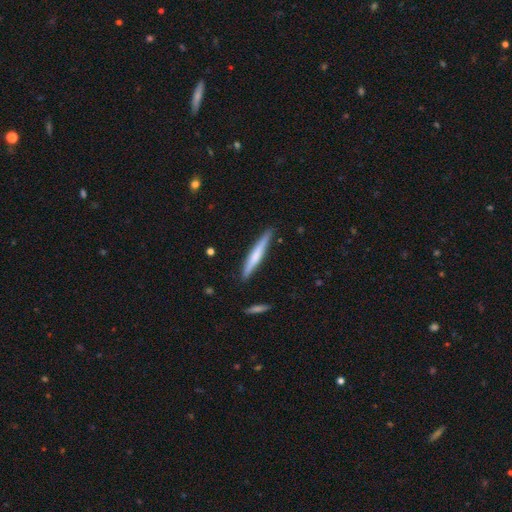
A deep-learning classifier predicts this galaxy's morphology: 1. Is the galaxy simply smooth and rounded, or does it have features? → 58% smooth, 37% featured or disk, 5% star or artifact.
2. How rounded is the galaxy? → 95% cigar-shaped, 4% in between, 1% round.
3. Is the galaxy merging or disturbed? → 88% none, 9% minor disturbance, 2% major disturbance, 2% merger.